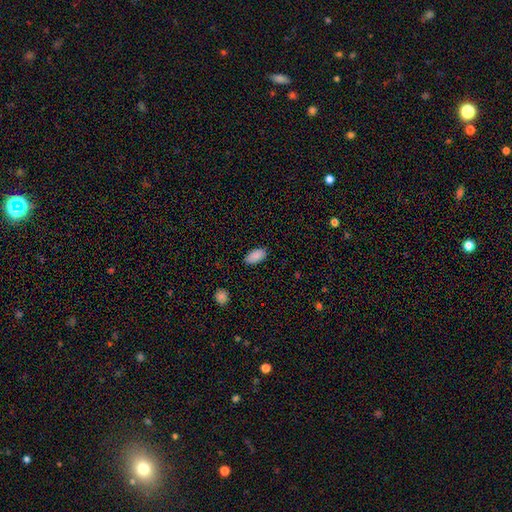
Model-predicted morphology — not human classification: smooth_or_featured: smooth (p=0.89) [alt: star or artifact p=0.08]
how_rounded: in between (p=0.94) [alt: cigar-shaped p=0.03]
merging: none (p=0.87) [alt: minor disturbance p=0.10]